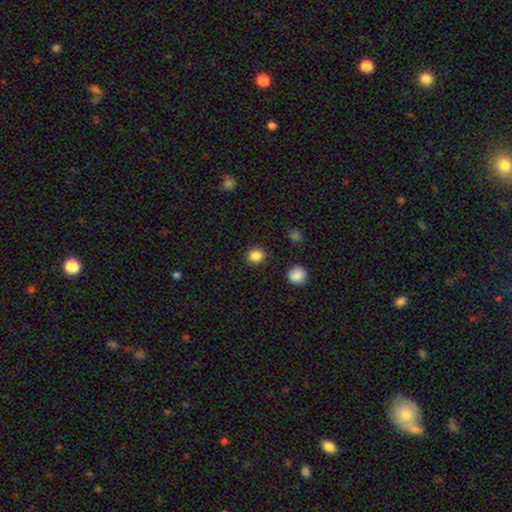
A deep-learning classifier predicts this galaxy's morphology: Smooth or featured?
  - smooth: 86% *
  - star or artifact: 11%
  - featured or disk: 3%
How rounded?
  - round: 85% *
  - in between: 14%
  - cigar-shaped: 1%
Merging?
  - none: 90% *
  - minor disturbance: 6%
  - major disturbance: 2%
  - merger: 2%